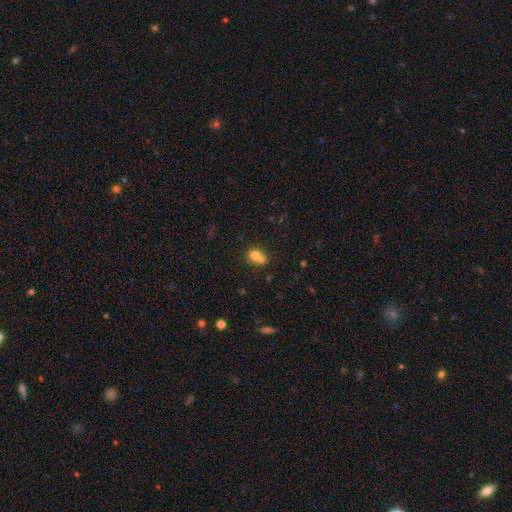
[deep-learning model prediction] A smooth galaxy with no disk features (72%) that is round (77%).

Vote fractions:
- Smooth or featured? smooth: 72% / featured or disk: 16% / star or artifact: 12%
- How rounded? round: 77% / in between: 23% / cigar-shaped: 1%
- Merging? merger: 57% / none: 33% / minor disturbance: 7% / major disturbance: 3%